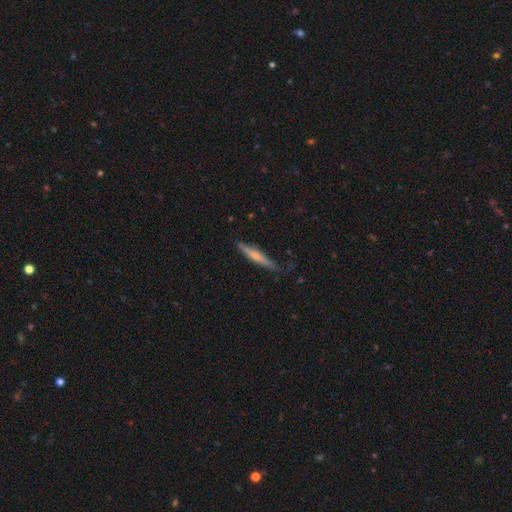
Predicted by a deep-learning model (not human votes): A featured or disk galaxy (48%).

Vote fractions:
- Smooth or featured? featured or disk: 48% / smooth: 46% / star or artifact: 6%
- Merging? none: 84% / minor disturbance: 12% / major disturbance: 2% / merger: 1%